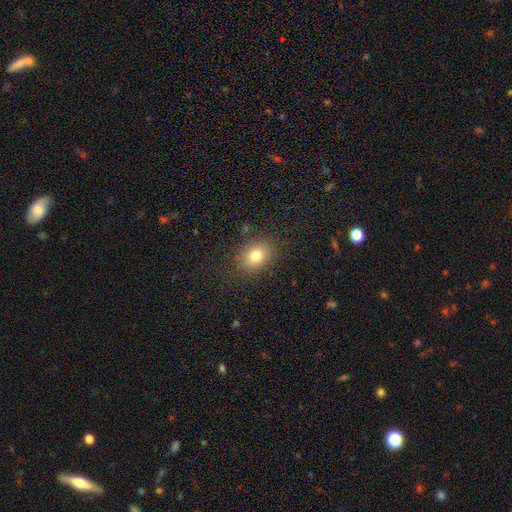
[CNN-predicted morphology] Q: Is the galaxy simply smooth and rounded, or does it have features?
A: smooth — 77%.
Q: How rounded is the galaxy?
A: in between — 62%.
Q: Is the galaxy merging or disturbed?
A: none — 84%.